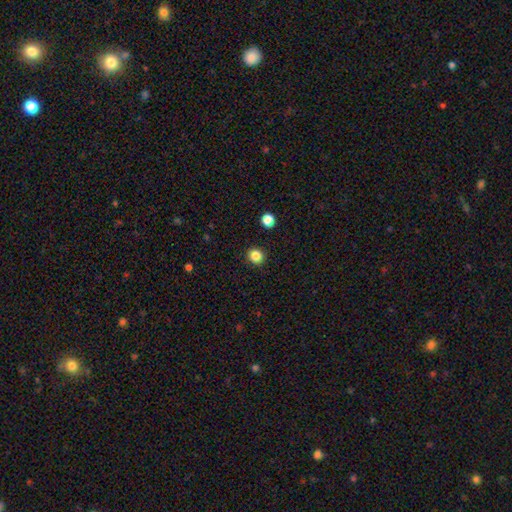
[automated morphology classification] type=smooth (85%); roundness=round (86%); merging=none (92%).